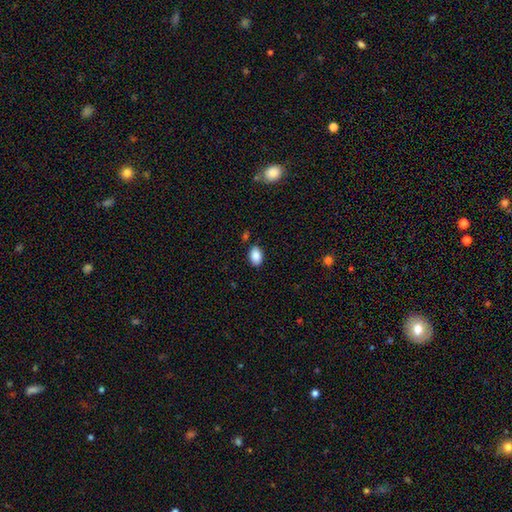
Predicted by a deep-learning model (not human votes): smooth 89%, star or artifact 8%, featured or disk 4%. Down the decision tree: how rounded — in between (87%); merging — none (81%).